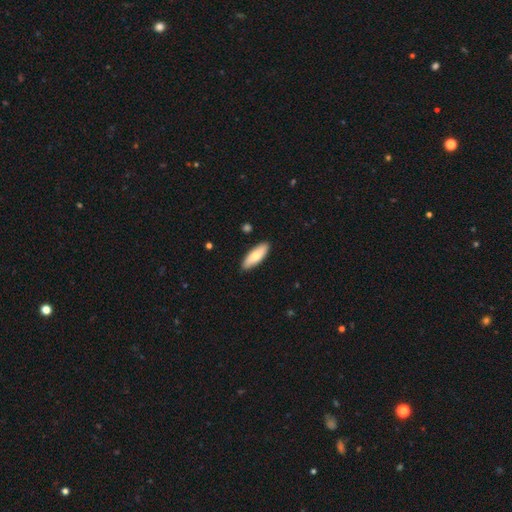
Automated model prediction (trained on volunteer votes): Smooth or featured?
  - smooth: 73% *
  - featured or disk: 22%
  - star or artifact: 5%
How rounded?
  - in between: 62% *
  - cigar-shaped: 36%
  - round: 2%
Merging?
  - none: 89% *
  - minor disturbance: 8%
  - major disturbance: 2%
  - merger: 1%